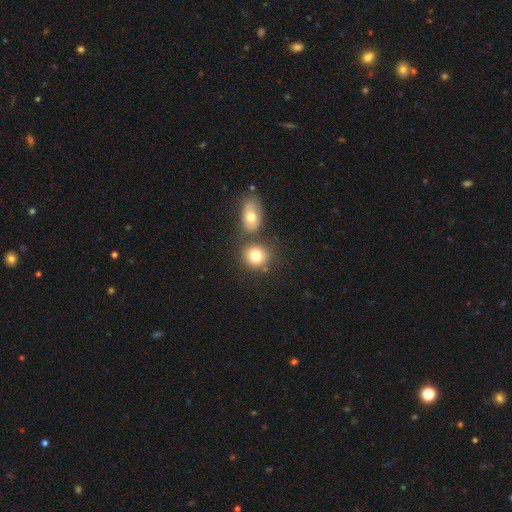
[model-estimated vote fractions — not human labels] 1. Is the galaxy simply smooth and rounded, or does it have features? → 78% smooth, 12% featured or disk, 10% star or artifact.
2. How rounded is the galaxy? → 73% round, 26% in between, 1% cigar-shaped.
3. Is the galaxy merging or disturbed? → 61% none, 25% merger, 10% minor disturbance, 4% major disturbance.